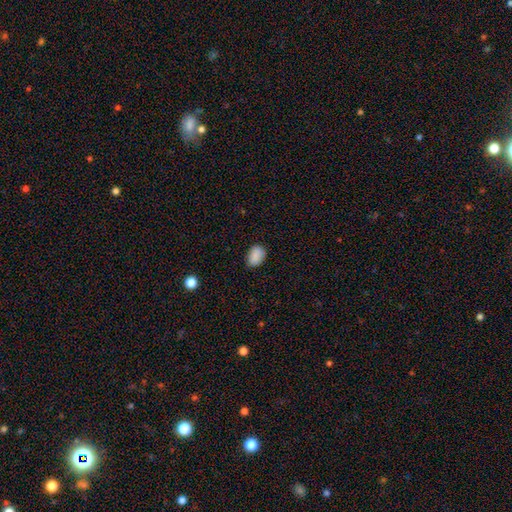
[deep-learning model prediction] Smooth or featured? Predicted: smooth (p=0.88). How rounded? Predicted: in between (p=0.81). Merging? Predicted: none (p=0.80).